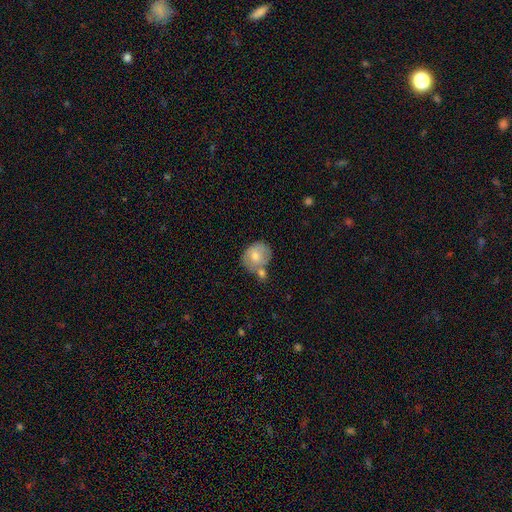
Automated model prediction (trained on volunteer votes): smooth-or-featured: smooth: 68% | featured or disk: 25% | star or artifact: 7%
  how-rounded: round: 66% | in between: 33% | cigar-shaped: 1%
  merging: none: 40% | merger: 36% | minor disturbance: 18% | major disturbance: 6%